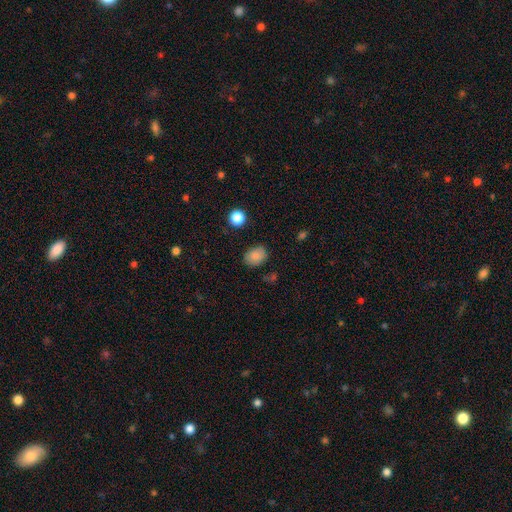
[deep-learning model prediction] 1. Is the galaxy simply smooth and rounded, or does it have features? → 85% smooth, 9% star or artifact, 6% featured or disk.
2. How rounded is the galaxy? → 67% in between, 32% round, 1% cigar-shaped.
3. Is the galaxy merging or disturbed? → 80% none, 14% minor disturbance, 3% major disturbance, 2% merger.